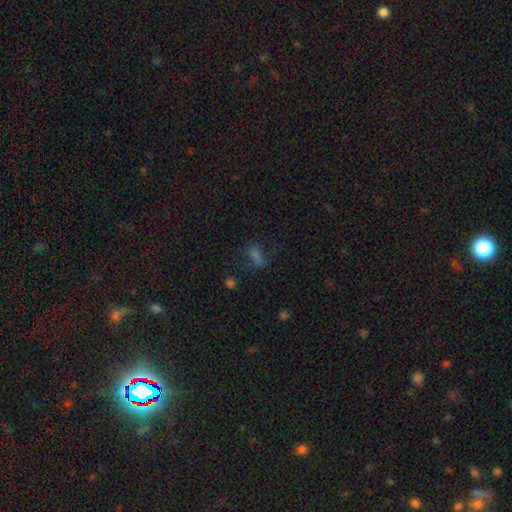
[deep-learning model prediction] Smooth or featured?
  - smooth: 58% *
  - star or artifact: 29%
  - featured or disk: 13%
How rounded?
  - in between: 67% *
  - cigar-shaped: 22%
  - round: 10%
Merging?
  - none: 56% *
  - minor disturbance: 22%
  - major disturbance: 18%
  - merger: 4%